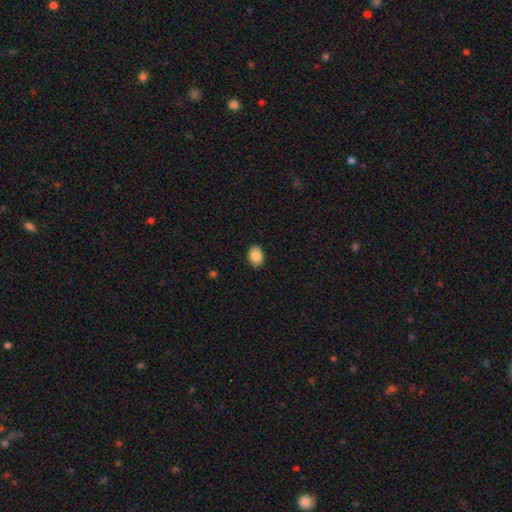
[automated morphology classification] The model was most divided on "how rounded": in between: 75%, round: 24%, cigar-shaped: 1%. More confident: merging — none (89%); smooth or featured — smooth (86%).